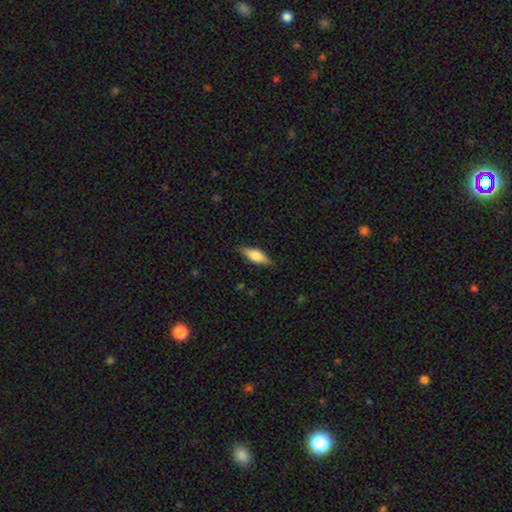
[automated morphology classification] This appears to be a smooth galaxy with no disk features (62%) that is in between round and cigar-shaped (65%). Merging: none (83%).